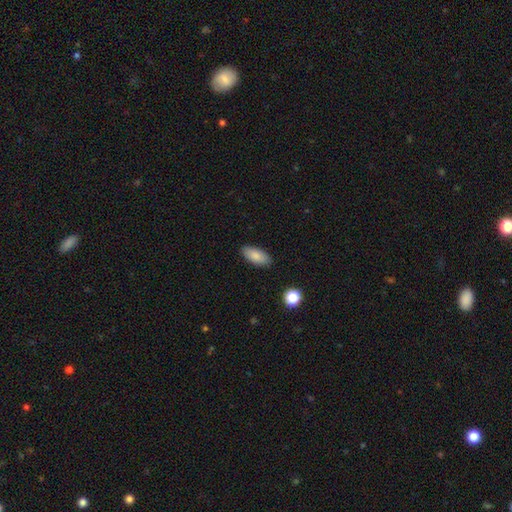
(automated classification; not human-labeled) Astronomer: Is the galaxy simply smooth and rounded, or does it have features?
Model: smooth — 85%.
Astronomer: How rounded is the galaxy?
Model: in between — 88%.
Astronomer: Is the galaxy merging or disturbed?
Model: none — 87%.